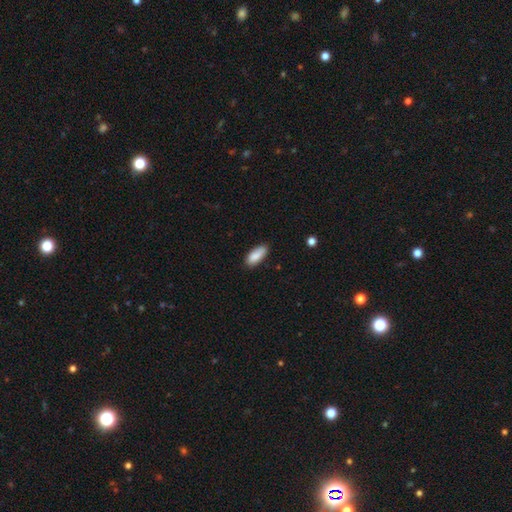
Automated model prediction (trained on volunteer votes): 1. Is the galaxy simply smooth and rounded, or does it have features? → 88% smooth, 7% star or artifact, 6% featured or disk.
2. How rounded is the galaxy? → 79% in between, 19% cigar-shaped, 2% round.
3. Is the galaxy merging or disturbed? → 80% none, 16% minor disturbance, 2% major disturbance, 1% merger.